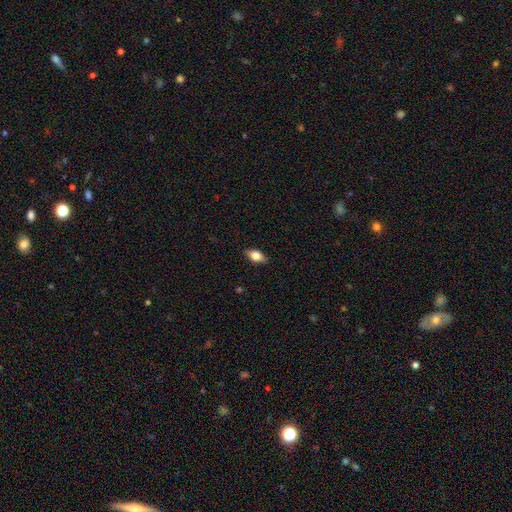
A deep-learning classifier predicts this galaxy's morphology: Smooth or featured? smooth (68%)
How rounded? in between (83%)
Merging? none (85%)